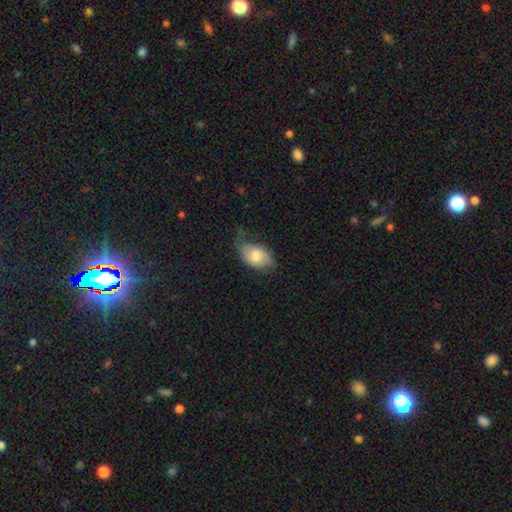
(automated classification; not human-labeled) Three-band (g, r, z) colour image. It shows a smooth galaxy with no disk features (66%) that is in between round and cigar-shaped (89%). Merging: none (40%).